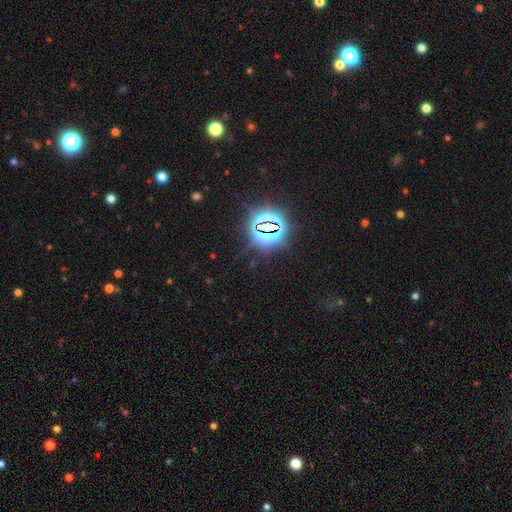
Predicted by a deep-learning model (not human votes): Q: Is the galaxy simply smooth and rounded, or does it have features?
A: star or artifact — 82%.